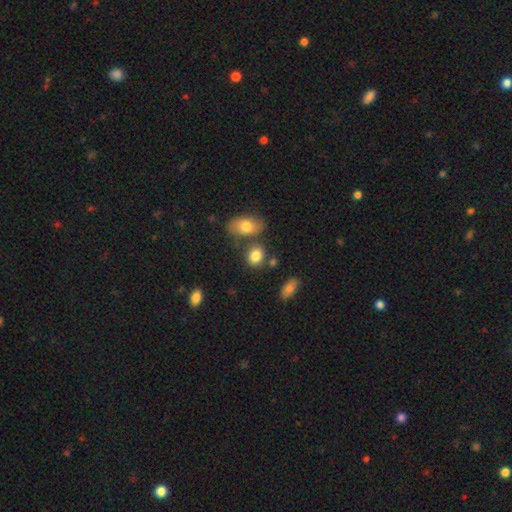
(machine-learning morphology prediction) Q: Smooth or featured?
A: smooth (82%); runner-up: star or artifact (9%)
Q: How rounded?
A: round (49%); tied with: in between (49%)
Q: Merging?
A: none (69%); runner-up: merger (15%)